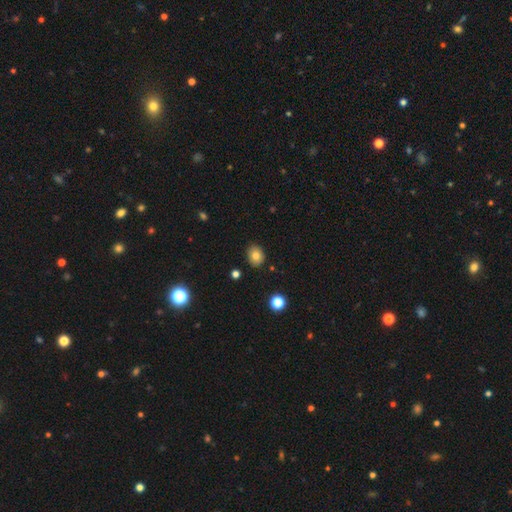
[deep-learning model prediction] This appears to be a smooth galaxy with no disk features (81%) that is in between round and cigar-shaped (52%). Merging: none (86%).